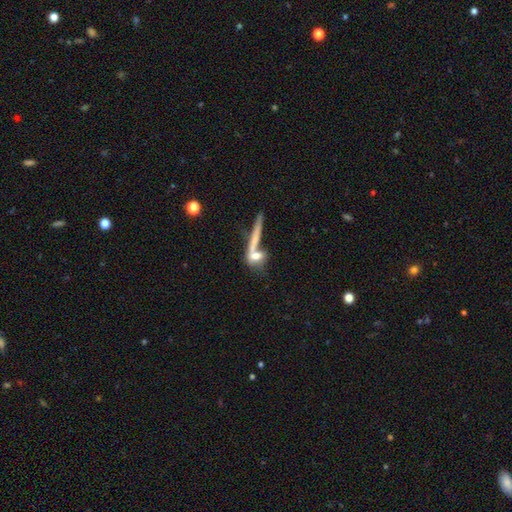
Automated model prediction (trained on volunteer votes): This appears to be a smooth galaxy with no disk features (60%) that is cigar-shaped (37%). Merging: none (39%, tied with merger).